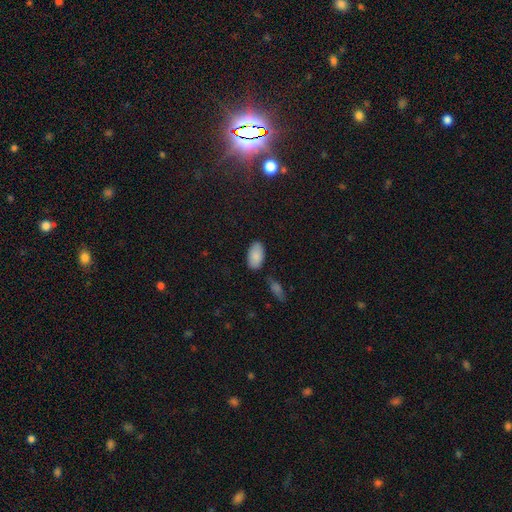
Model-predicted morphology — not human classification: The model was most divided on "merging": none: 79%, minor disturbance: 13%, merger: 5%, major disturbance: 3%. More confident: how rounded — in between (95%); smooth or featured — smooth (88%).